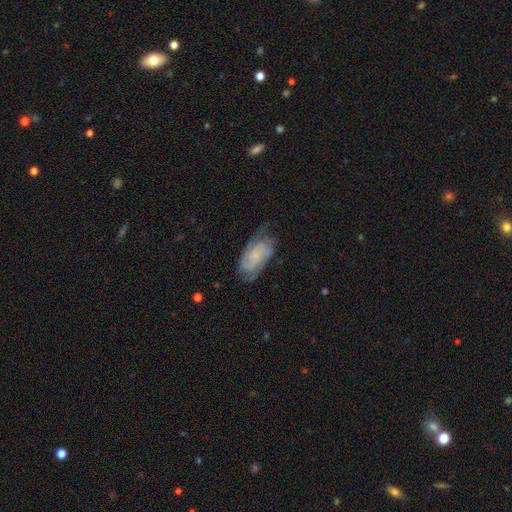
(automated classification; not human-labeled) The model was most divided on "spiral winding": tight: 48%, medium: 38%, loose: 13%. Remaining: edge-on disk — no (96%); spiral arms — yes (92%); bar — no (69%); smooth or featured — featured or disk (67%); merging — none (62%); bulge size — small (49%); spiral arm count — 2 (45%).